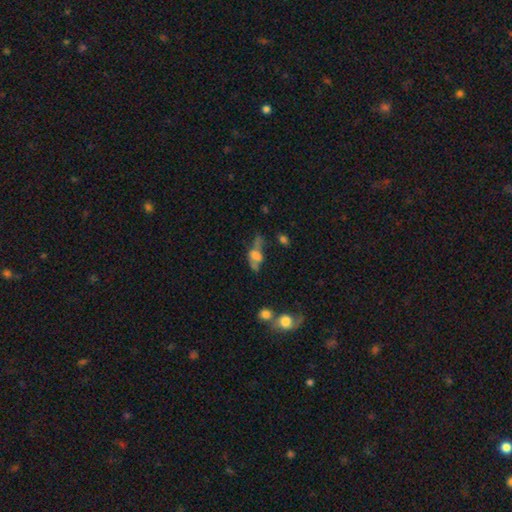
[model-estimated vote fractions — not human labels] A featured or disk galaxy (46%). Merging: none (36%).